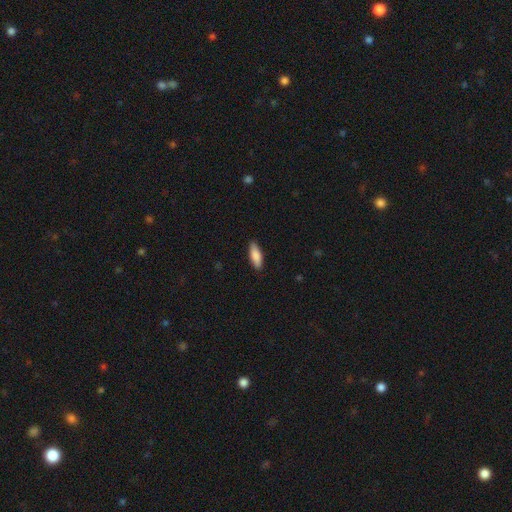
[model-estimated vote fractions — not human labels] Smooth or featured: smooth — 85% (featured or disk — 10%)
How rounded: in between — 63% (cigar-shaped — 35%)
Merging: none — 87% (minor disturbance — 10%)